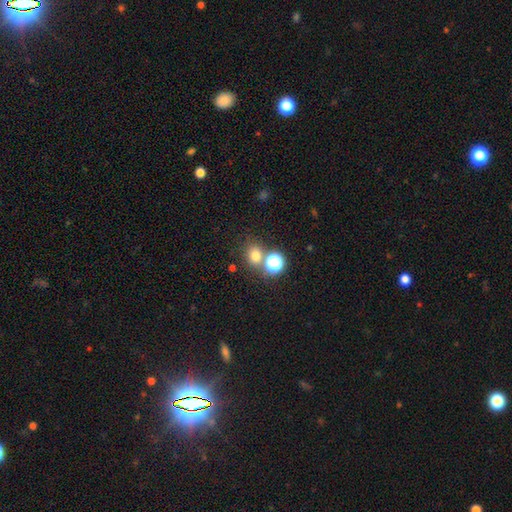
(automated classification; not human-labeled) A smooth galaxy with no disk features (72%) that is round (69%).

Vote fractions:
- Smooth or featured? smooth: 72% / star or artifact: 21% / featured or disk: 7%
- How rounded? round: 69% / in between: 30% / cigar-shaped: 1%
- Merging? none: 68% / merger: 20% / minor disturbance: 9% / major disturbance: 4%